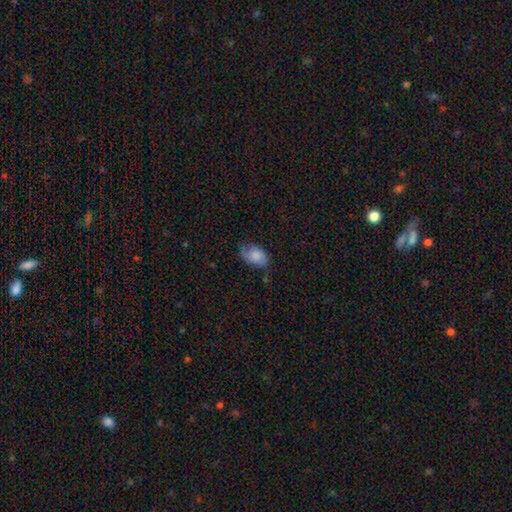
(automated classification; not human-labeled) A smooth galaxy with no disk features (76%) that is in between round and cigar-shaped (90%). Merging: none (54%).